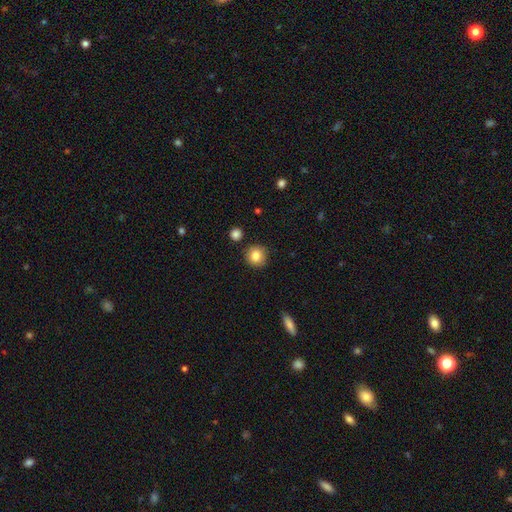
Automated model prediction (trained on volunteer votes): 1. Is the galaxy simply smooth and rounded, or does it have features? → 84% smooth, 9% star or artifact, 6% featured or disk.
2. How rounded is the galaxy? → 92% round, 7% in between, 1% cigar-shaped.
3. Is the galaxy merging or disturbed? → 87% none, 8% minor disturbance, 3% merger, 2% major disturbance.